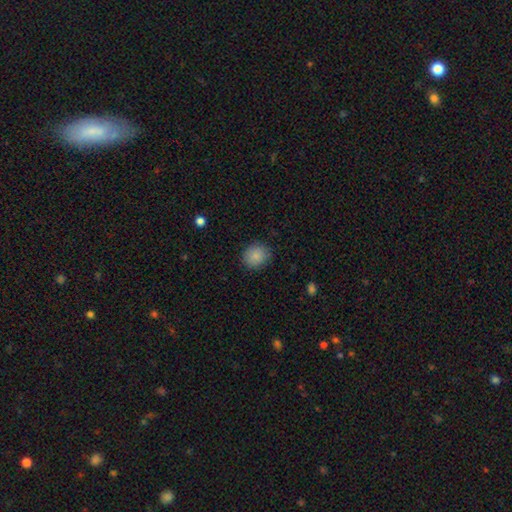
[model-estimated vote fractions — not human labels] A smooth galaxy with no disk features (87%) that is round (76%). Merging: none (87%).